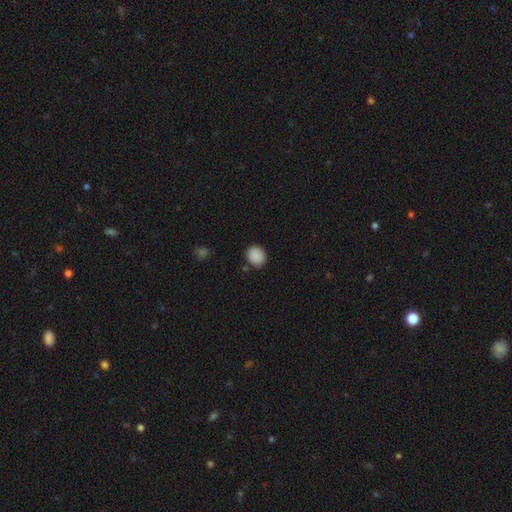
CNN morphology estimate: type=smooth (89%); roundness=round (63%); merging=none (85%).